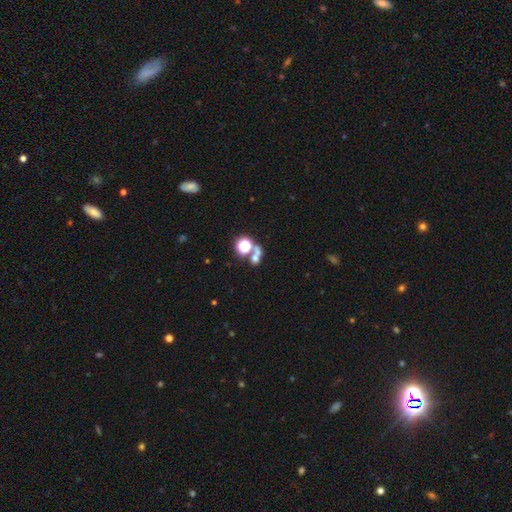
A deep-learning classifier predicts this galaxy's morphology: A smooth galaxy with no disk features (52%) that is round (69%).

Vote fractions:
- Smooth or featured? smooth: 52% / star or artifact: 33% / featured or disk: 15%
- How rounded? round: 69% / in between: 28% / cigar-shaped: 3%
- Merging? merger: 44% / none: 41% / minor disturbance: 7% / major disturbance: 7%